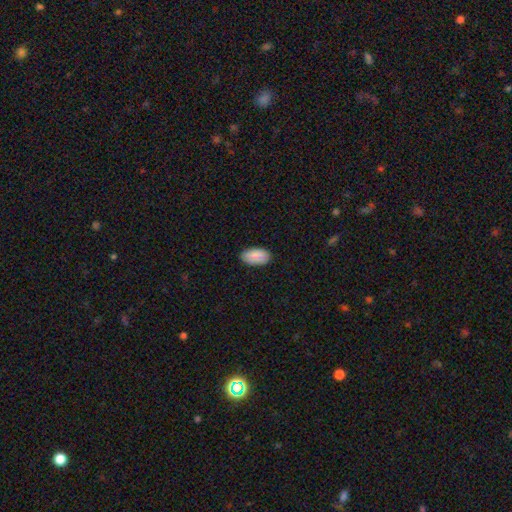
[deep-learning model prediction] smooth-or-featured: smooth: 89% | star or artifact: 6% | featured or disk: 5%
  how-rounded: in between: 95% | round: 3% | cigar-shaped: 2%
  merging: none: 87% | minor disturbance: 11% | major disturbance: 2% | merger: 1%